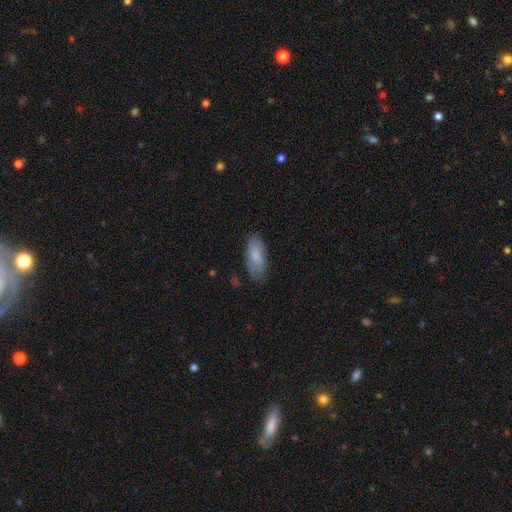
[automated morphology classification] Smooth or featured? smooth (79%)
How rounded? in between (83%)
Merging? none (70%)